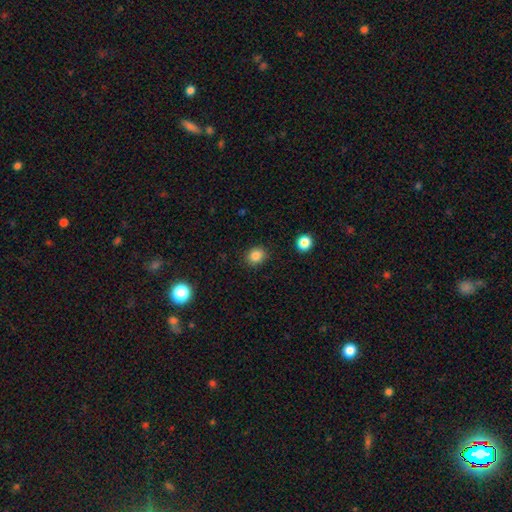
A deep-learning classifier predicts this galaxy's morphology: Smooth or featured? smooth (85%)
How rounded? round (73%)
Merging? none (89%)